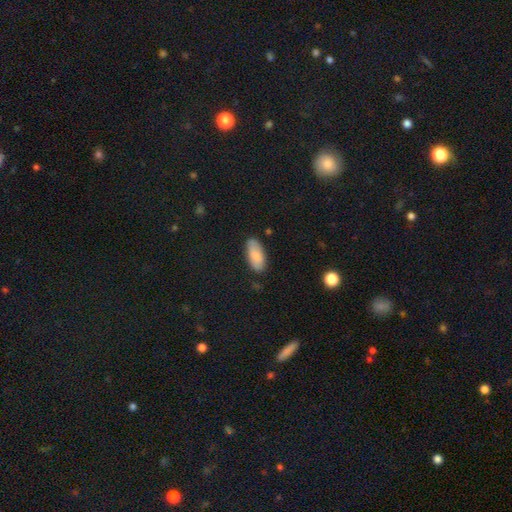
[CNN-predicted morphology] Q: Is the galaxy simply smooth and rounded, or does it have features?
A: smooth — 79%.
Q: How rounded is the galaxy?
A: in between — 90%.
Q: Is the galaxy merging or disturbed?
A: none — 81%.